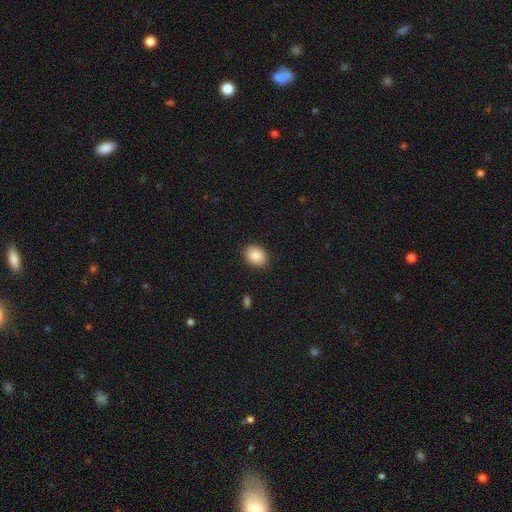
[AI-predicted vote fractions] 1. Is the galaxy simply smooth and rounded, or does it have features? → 87% smooth, 8% star or artifact, 5% featured or disk.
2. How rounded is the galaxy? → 59% in between, 40% round, 1% cigar-shaped.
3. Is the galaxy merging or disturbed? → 89% none, 8% minor disturbance, 2% major disturbance, 1% merger.